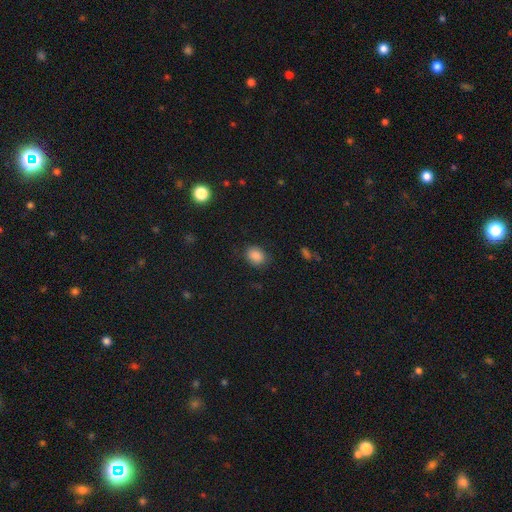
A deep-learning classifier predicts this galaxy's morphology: smooth 86%, star or artifact 10%, featured or disk 4%. Down the decision tree: how rounded — in between (60%); merging — none (81%).